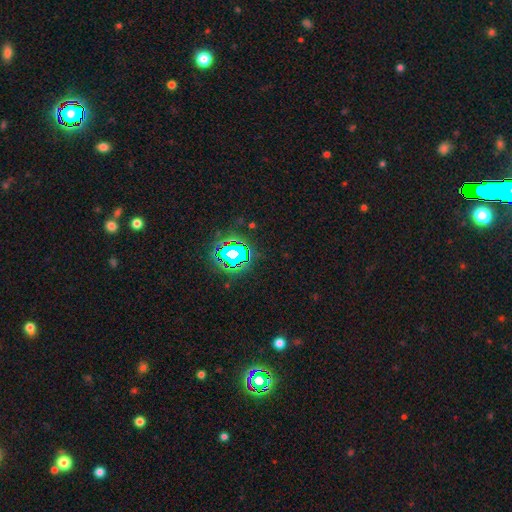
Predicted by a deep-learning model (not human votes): Smooth or featured?
  - star or artifact: 83% *
  - smooth: 10%
  - featured or disk: 7%